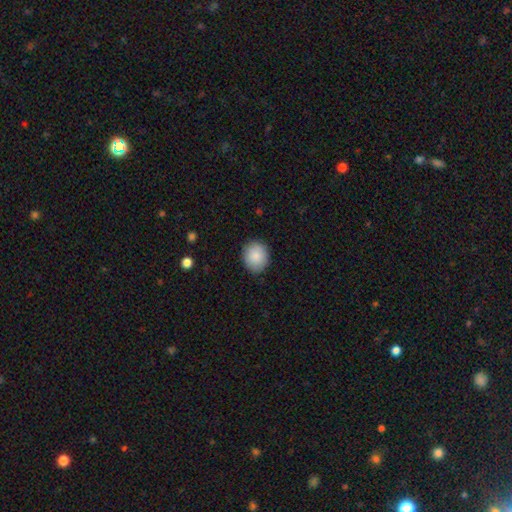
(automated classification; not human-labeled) This appears to be a smooth galaxy with no disk features (87%) that is round (74%). Merging: none (87%).